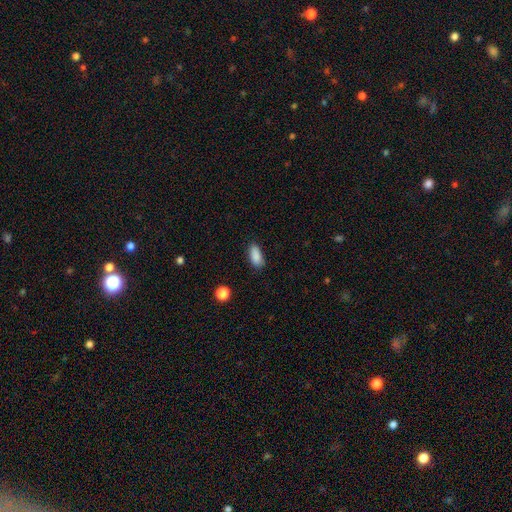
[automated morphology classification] Smooth or featured? smooth (87%)
How rounded? in between (86%)
Merging? none (79%)